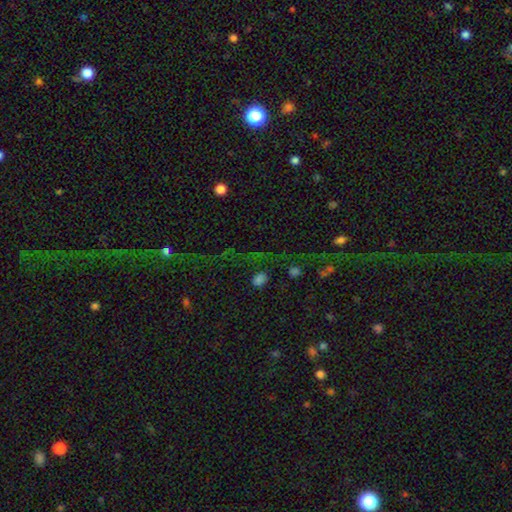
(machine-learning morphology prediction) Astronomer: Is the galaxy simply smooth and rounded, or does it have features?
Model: star or artifact — 68%.